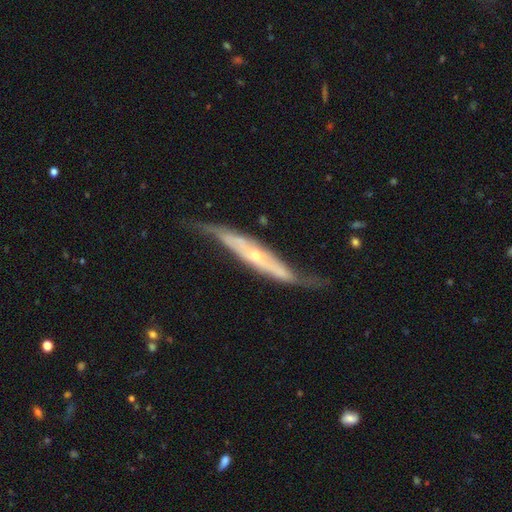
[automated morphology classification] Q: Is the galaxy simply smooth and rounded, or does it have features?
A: featured or disk — 76%.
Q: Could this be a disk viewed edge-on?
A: yes — 62%.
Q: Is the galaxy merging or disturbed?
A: none — 54%.